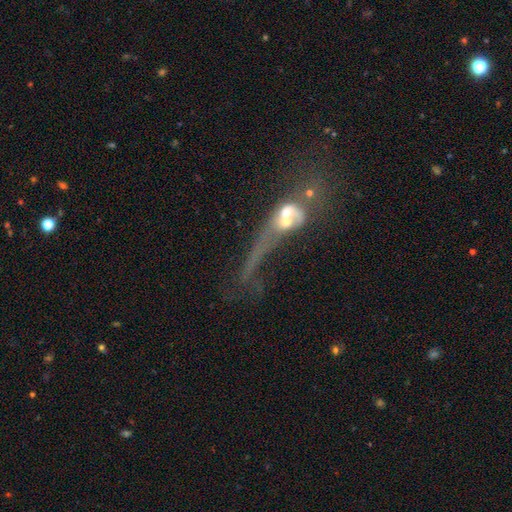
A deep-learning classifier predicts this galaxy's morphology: Q: Smooth or featured?
A: featured or disk (47%); runner-up: smooth (31%)
Q: Merging?
A: major disturbance (39%); runner-up: merger (33%)